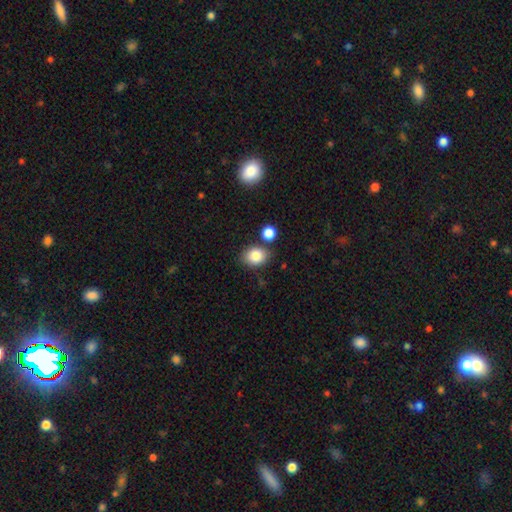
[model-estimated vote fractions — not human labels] A smooth galaxy with no disk features (85%) that is in between round and cigar-shaped (56%).

Vote fractions:
- Smooth or featured? smooth: 85% / star or artifact: 9% / featured or disk: 6%
- How rounded? in between: 56% / round: 43% / cigar-shaped: 1%
- Merging? none: 74% / minor disturbance: 13% / merger: 10% / major disturbance: 3%